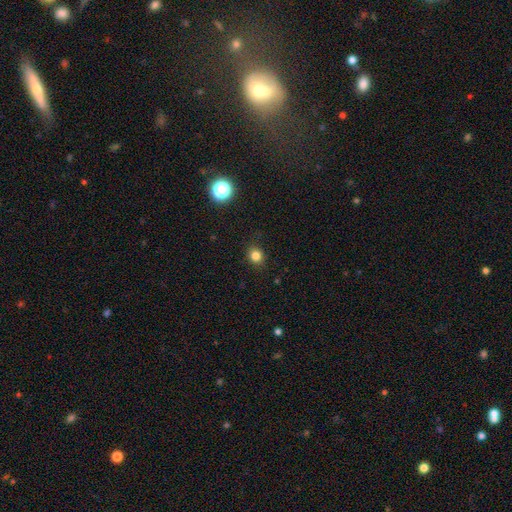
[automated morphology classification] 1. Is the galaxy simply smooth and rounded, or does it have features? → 81% smooth, 14% star or artifact, 5% featured or disk.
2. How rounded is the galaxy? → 77% round, 22% in between, 1% cigar-shaped.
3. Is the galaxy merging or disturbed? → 87% none, 9% minor disturbance, 3% major disturbance, 1% merger.